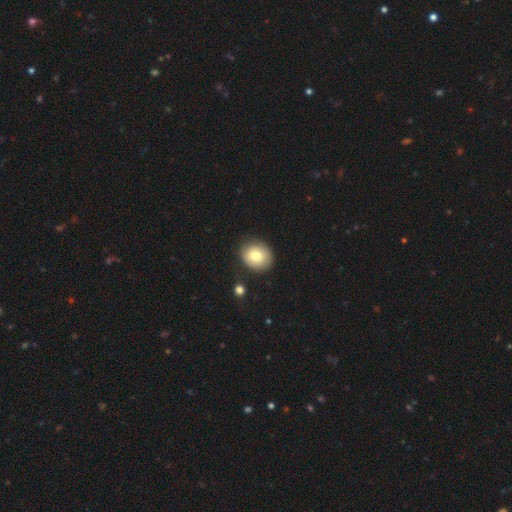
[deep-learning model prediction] smooth-or-featured: smooth: 78% | featured or disk: 13% | star or artifact: 9%
  how-rounded: round: 70% | in between: 29% | cigar-shaped: 1%
  merging: none: 83% | minor disturbance: 11% | merger: 3% | major disturbance: 3%